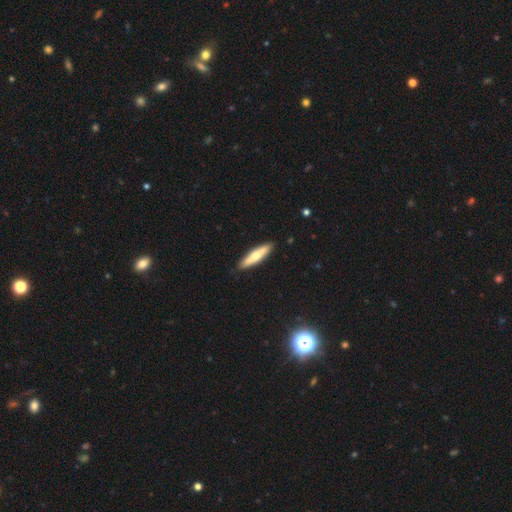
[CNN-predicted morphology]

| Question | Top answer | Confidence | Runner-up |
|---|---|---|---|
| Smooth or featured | smooth | 60% | featured or disk (35%) |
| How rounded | cigar-shaped | 81% | in between (18%) |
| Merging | none | 89% | minor disturbance (8%) |